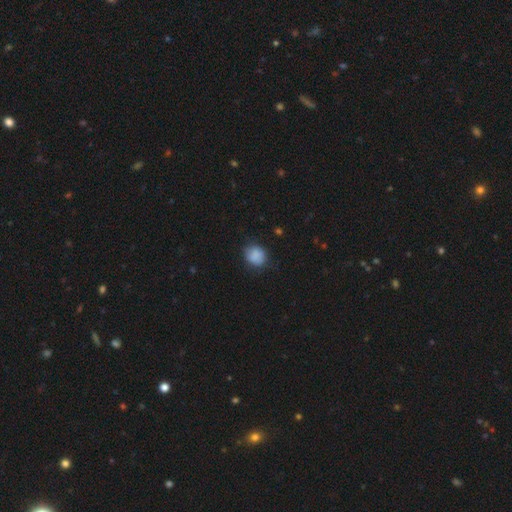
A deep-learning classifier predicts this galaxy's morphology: Smooth or featured? smooth (85%)
How rounded? round (70%)
Merging? none (75%)